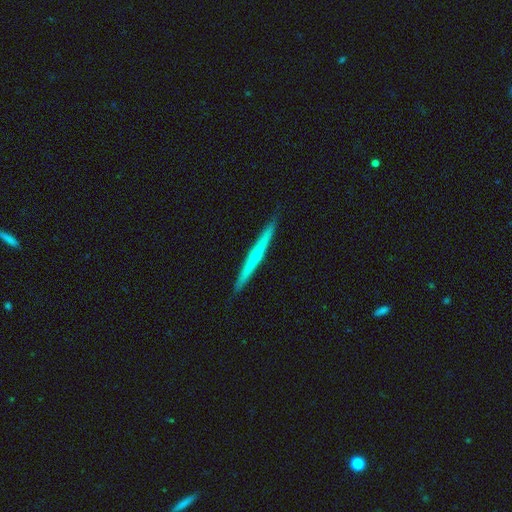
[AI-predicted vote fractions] Smooth or featured? featured or disk (63%)
Edge-on disk? yes (98%)
Edge-on bulge? rounded (52%)
Merging? none (92%)